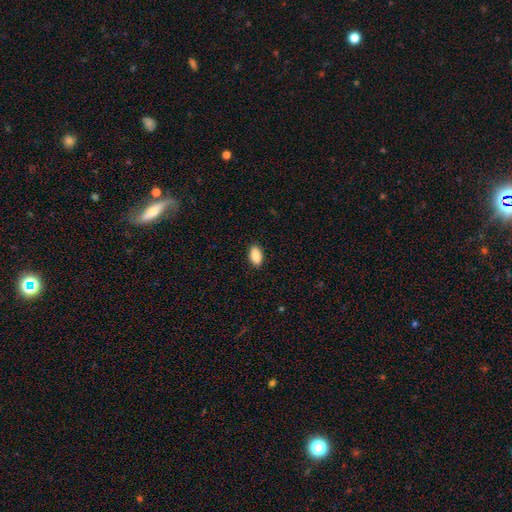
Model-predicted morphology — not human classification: Q: Smooth or featured?
A: smooth (89%); runner-up: star or artifact (7%)
Q: How rounded?
A: in between (93%); runner-up: round (4%)
Q: Merging?
A: none (90%); runner-up: minor disturbance (8%)